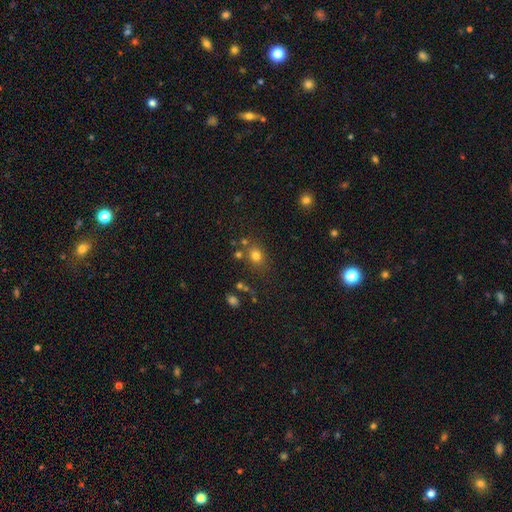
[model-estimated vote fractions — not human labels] Overall: smooth (76%). How rounded: round (60%; in between 39%). Merging: none (72%).